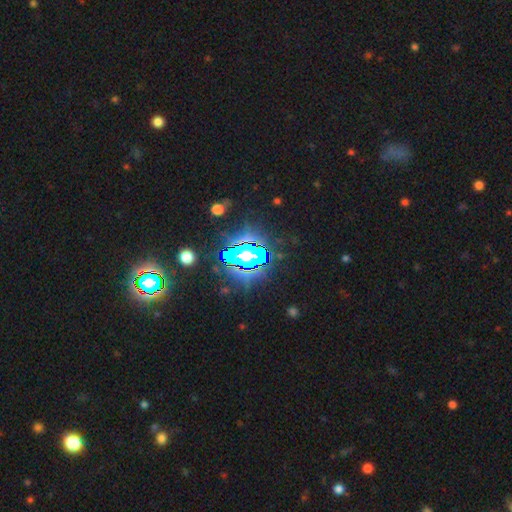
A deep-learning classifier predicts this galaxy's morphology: smooth_or_featured: star or artifact (p=0.72) [alt: smooth p=0.15]